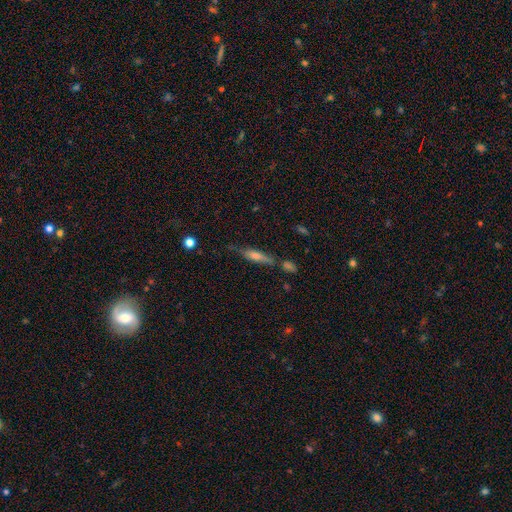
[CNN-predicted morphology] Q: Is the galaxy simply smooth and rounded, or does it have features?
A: featured or disk — 46%.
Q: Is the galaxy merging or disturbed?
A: none — 64%.